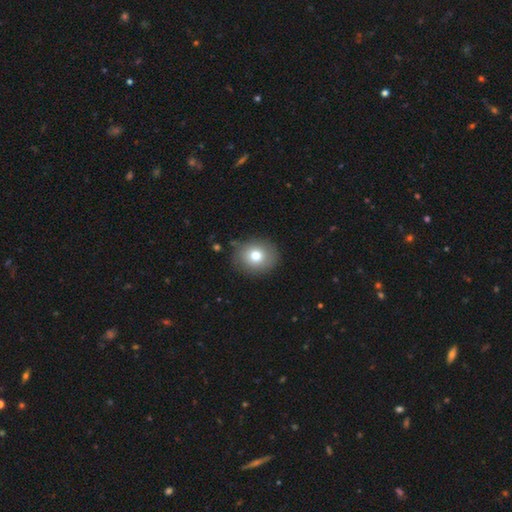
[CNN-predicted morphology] smooth_or_featured: smooth (p=0.75) [alt: featured or disk p=0.14]
how_rounded: round (p=0.74) [alt: in between p=0.25]
merging: none (p=0.85) [alt: minor disturbance p=0.10]